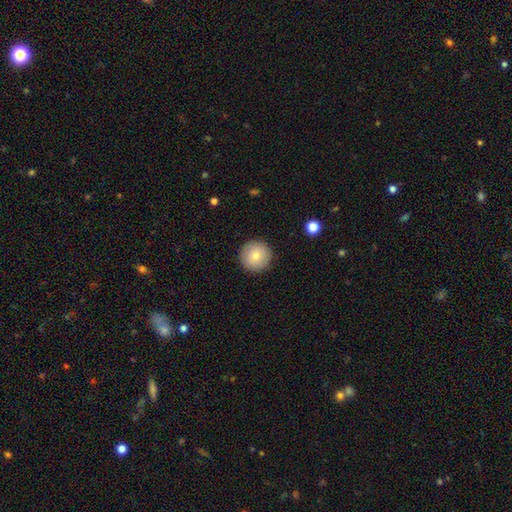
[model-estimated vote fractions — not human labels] smooth 75%, featured or disk 17%, star or artifact 8%. Down the decision tree: how rounded — round (96%); merging — none (91%).